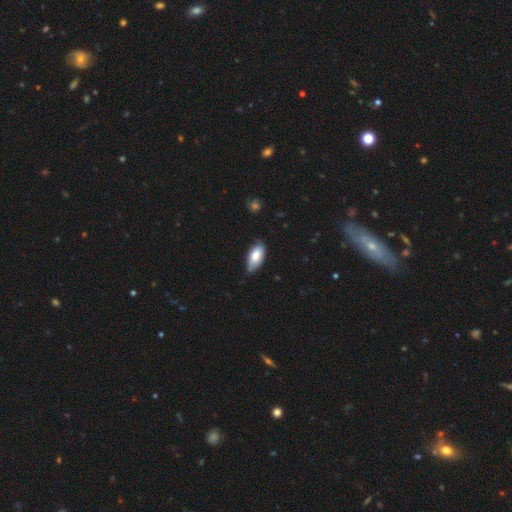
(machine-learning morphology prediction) Smooth or featured?
  - smooth: 76% *
  - featured or disk: 18%
  - star or artifact: 6%
How rounded?
  - in between: 92% *
  - cigar-shaped: 6%
  - round: 2%
Merging?
  - none: 68% *
  - minor disturbance: 27%
  - major disturbance: 3%
  - merger: 1%